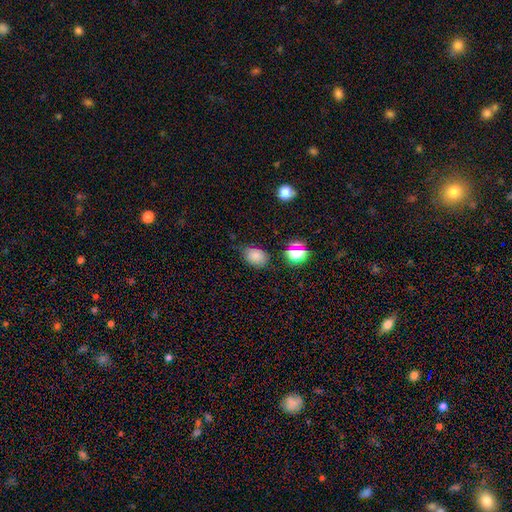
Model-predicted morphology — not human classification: type=smooth (77%); roundness=in between (72%); merging=none (72%).